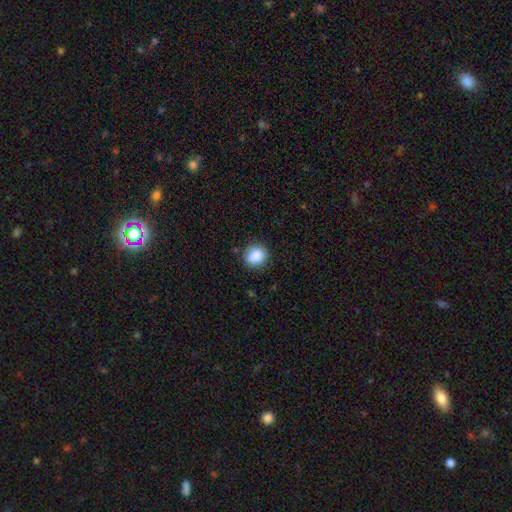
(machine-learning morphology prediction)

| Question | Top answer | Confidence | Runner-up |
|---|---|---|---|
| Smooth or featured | smooth | 87% | star or artifact (9%) |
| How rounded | round | 76% | in between (23%) |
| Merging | none | 81% | minor disturbance (13%) |